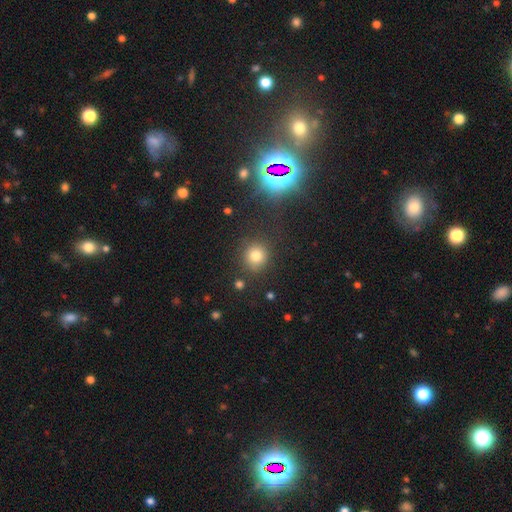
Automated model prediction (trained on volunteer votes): Smooth or featured?
  - smooth: 77% *
  - star or artifact: 16%
  - featured or disk: 7%
How rounded?
  - round: 88% *
  - in between: 11%
  - cigar-shaped: 1%
Merging?
  - none: 84% *
  - minor disturbance: 9%
  - major disturbance: 4%
  - merger: 3%